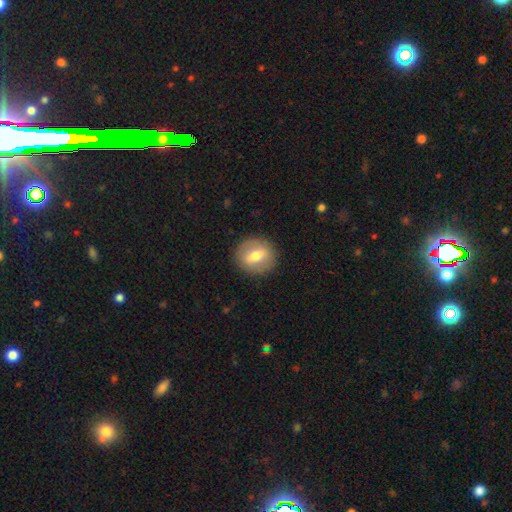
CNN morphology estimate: Overall: smooth (56%; featured or disk 36%). How rounded: round (78%). Merging: none (88%).